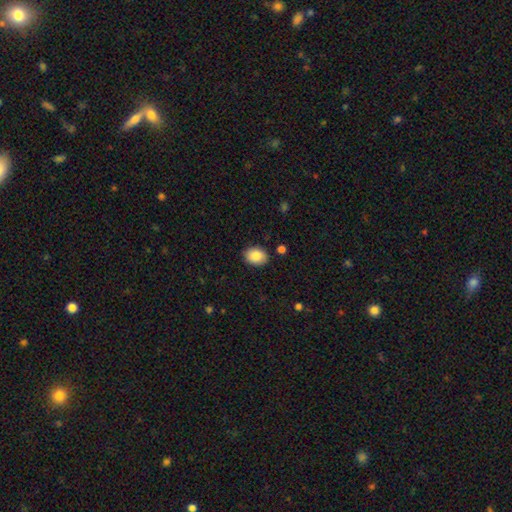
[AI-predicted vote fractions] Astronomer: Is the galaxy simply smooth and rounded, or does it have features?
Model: smooth — 87%.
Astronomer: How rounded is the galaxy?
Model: in between — 67%.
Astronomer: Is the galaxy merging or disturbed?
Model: none — 87%.